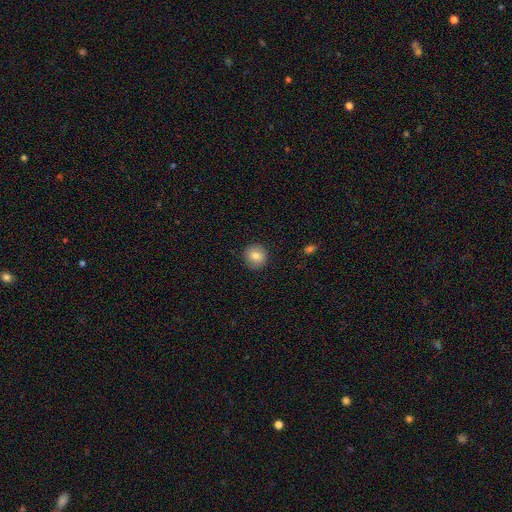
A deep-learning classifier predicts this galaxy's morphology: A smooth galaxy with no disk features (81%) that is round (92%). Merging: none (89%).